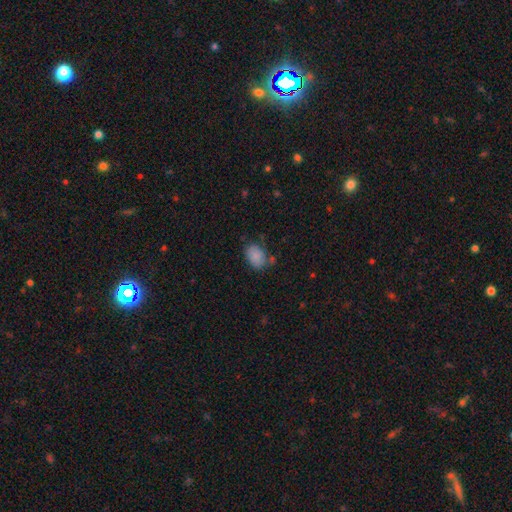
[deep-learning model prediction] smooth 86%, star or artifact 8%, featured or disk 6%. Down the decision tree: how rounded — in between (80%); merging — none (66%).